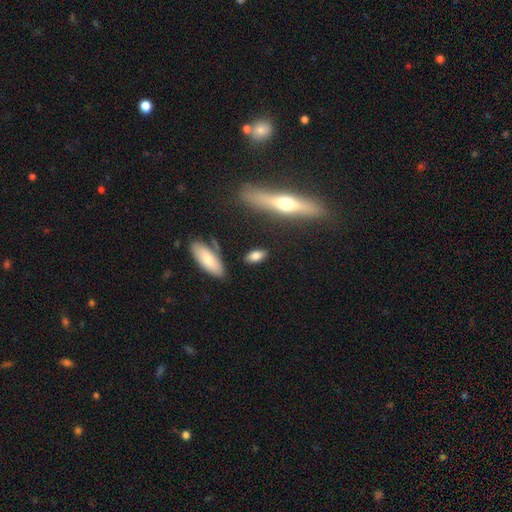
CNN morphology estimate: Smooth or featured? smooth (76%)
How rounded? in between (77%)
Merging? none (82%)